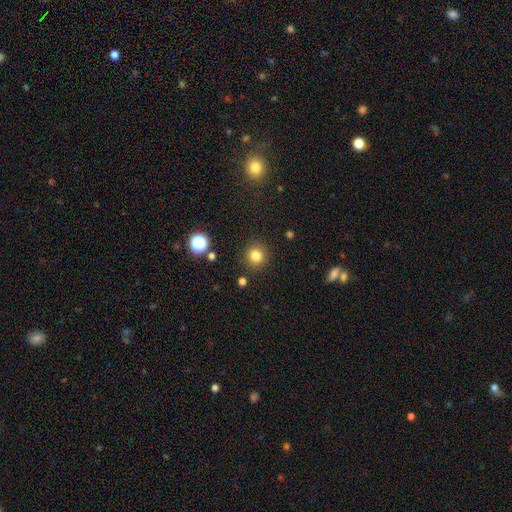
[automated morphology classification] Smooth or featured: smooth — 81% (star or artifact — 13%)
How rounded: round — 92% (in between — 7%)
Merging: none — 89% (minor disturbance — 7%)